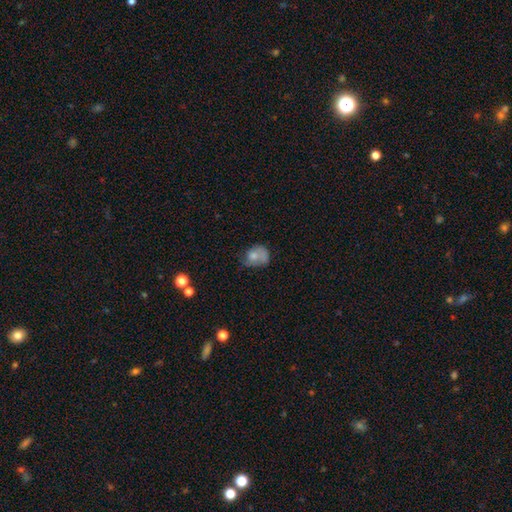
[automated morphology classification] Q: Smooth or featured?
A: smooth (63%); runner-up: featured or disk (28%)
Q: How rounded?
A: round (51%); runner-up: in between (48%)
Q: Merging?
A: minor disturbance (36%); runner-up: none (34%)